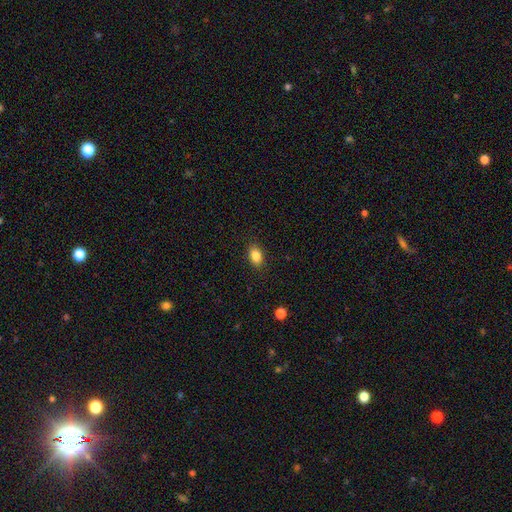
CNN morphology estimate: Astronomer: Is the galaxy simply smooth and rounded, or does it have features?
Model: smooth — 85%.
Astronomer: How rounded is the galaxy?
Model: in between — 84%.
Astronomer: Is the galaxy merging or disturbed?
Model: none — 87%.